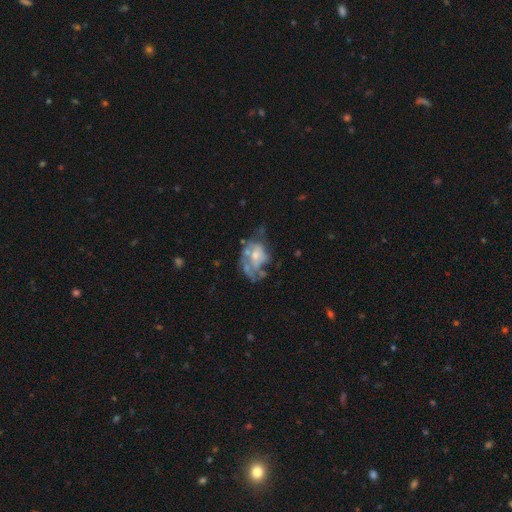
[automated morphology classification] smooth-or-featured: featured or disk: 61% | smooth: 30% | star or artifact: 9%
  disk-edge-on: no: 97% | yes: 3%
    bar: no: 84% | weak: 13% | strong: 2%
    has-spiral-arms: no: 74% | yes: 26%
    bulge-size: moderate: 43% | small: 31% | none: 17% | large: 7% | dominant: 2%
  merging: major disturbance: 36% | none: 29% | minor disturbance: 22% | merger: 13%